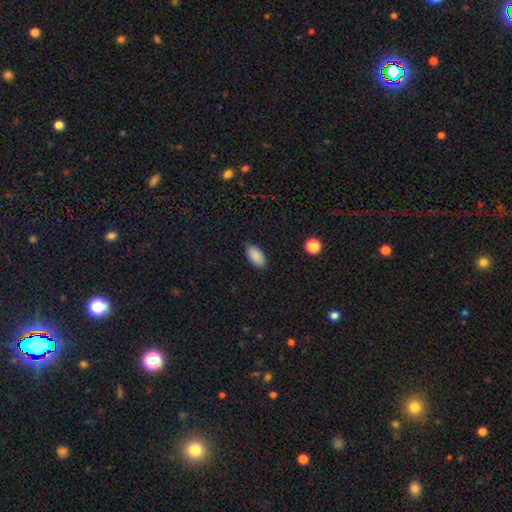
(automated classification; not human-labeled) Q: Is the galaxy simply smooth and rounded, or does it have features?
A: smooth — 88%.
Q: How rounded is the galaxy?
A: in between — 93%.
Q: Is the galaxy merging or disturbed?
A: none — 82%.